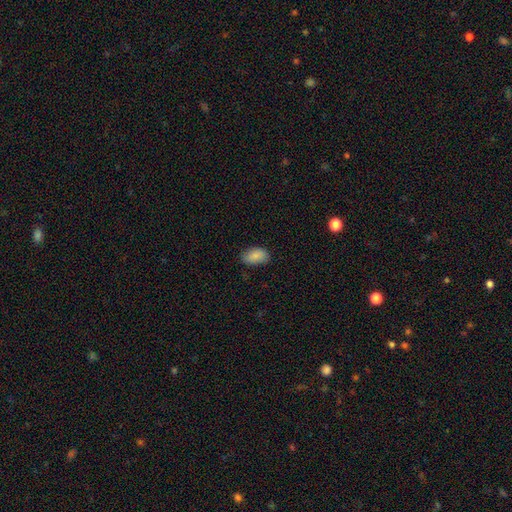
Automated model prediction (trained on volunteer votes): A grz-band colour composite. It shows a smooth galaxy with no disk features (86%) that is in between round and cigar-shaped (93%). Merging: none (80%).